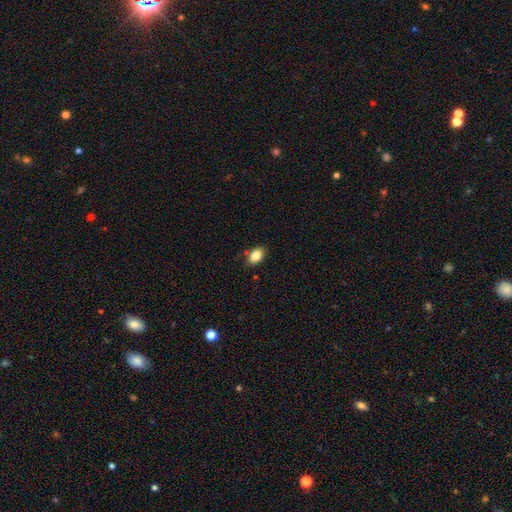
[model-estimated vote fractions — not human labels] smooth 84%, star or artifact 9%, featured or disk 7%. Down the decision tree: how rounded — in between (82%); merging — none (81%).